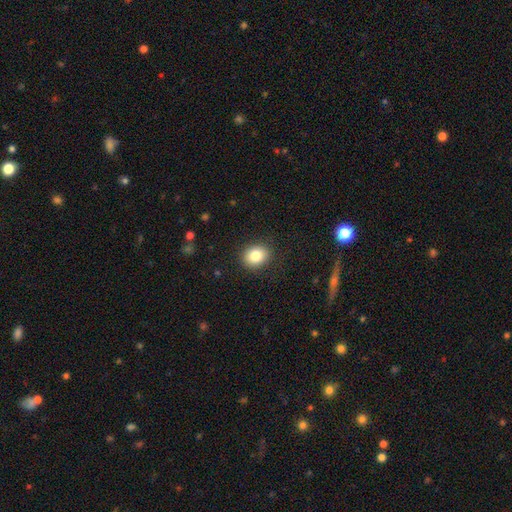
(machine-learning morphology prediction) Smooth or featured?
  - smooth: 82% *
  - star or artifact: 10%
  - featured or disk: 8%
How rounded?
  - round: 59% *
  - in between: 40%
  - cigar-shaped: 1%
Merging?
  - none: 89% *
  - minor disturbance: 8%
  - major disturbance: 2%
  - merger: 1%